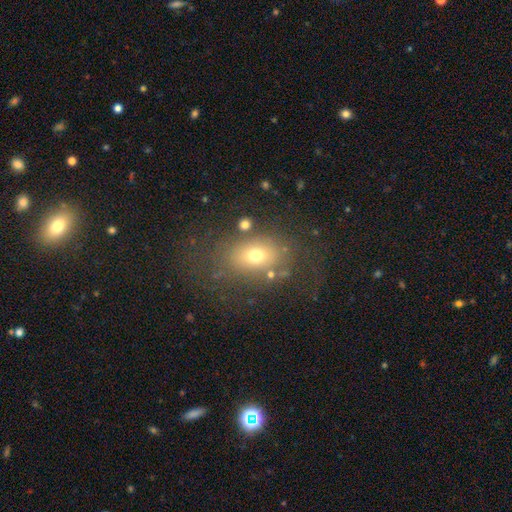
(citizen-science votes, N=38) This appears to be a smooth galaxy with no disk features (82%) that is in between round and cigar-shaped (61%). Merging: none (63%).